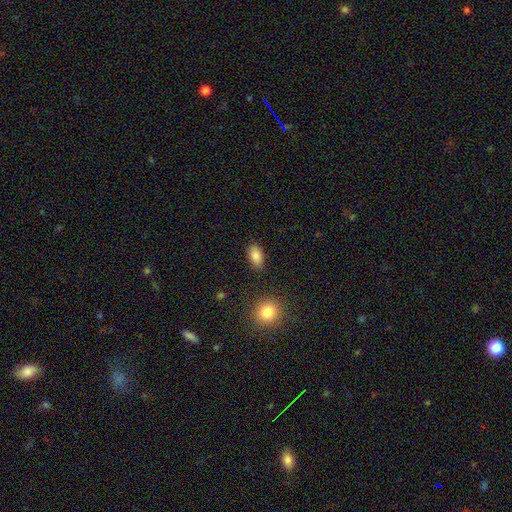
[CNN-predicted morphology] Smooth or featured: smooth — 86% (star or artifact — 9%)
How rounded: in between — 90% (round — 7%)
Merging: none — 86% (minor disturbance — 9%)